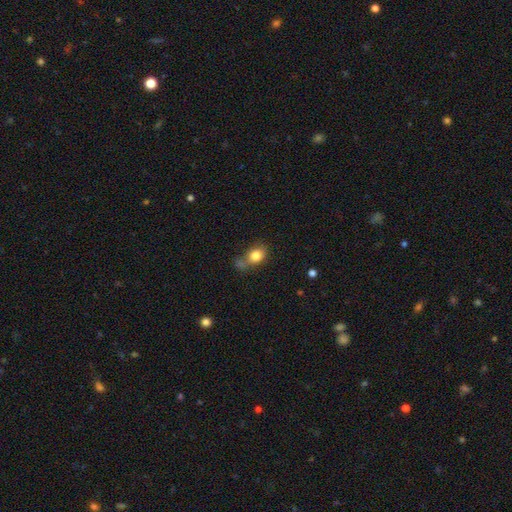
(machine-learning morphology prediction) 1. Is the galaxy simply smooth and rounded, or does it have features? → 81% smooth, 9% featured or disk, 9% star or artifact.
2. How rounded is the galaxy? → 54% in between, 45% round, 2% cigar-shaped.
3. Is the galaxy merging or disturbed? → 41% none, 24% merger, 21% minor disturbance, 13% major disturbance.